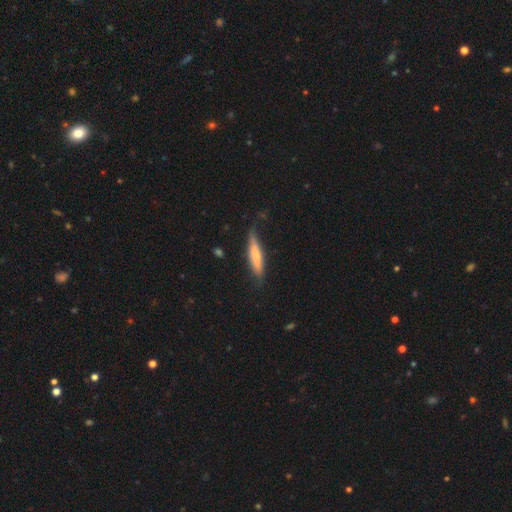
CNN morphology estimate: smooth-or-featured: smooth: 62% | featured or disk: 33% | star or artifact: 6%
  how-rounded: cigar-shaped: 85% | in between: 14% | round: 2%
  merging: none: 71% | minor disturbance: 22% | major disturbance: 5% | merger: 2%